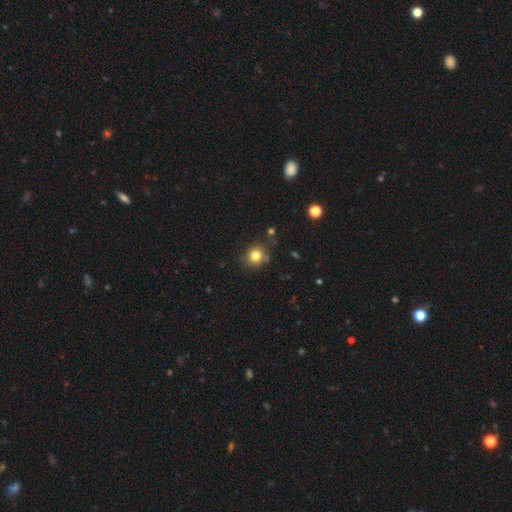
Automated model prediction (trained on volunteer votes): Smooth or featured? smooth (81%)
How rounded? round (83%)
Merging? none (80%)